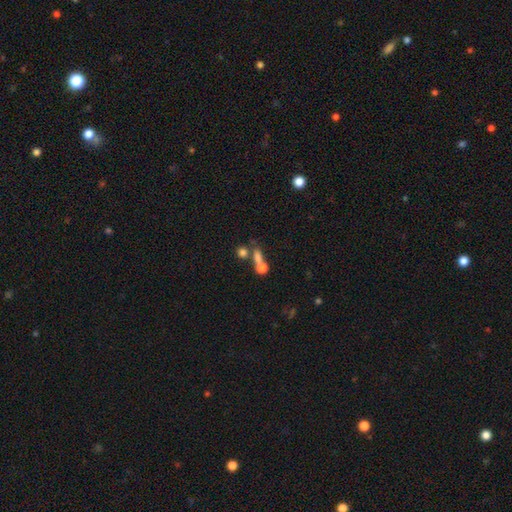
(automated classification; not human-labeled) Overall: smooth (45%; star or artifact 32%). Merging: none (47%; merger 37%).